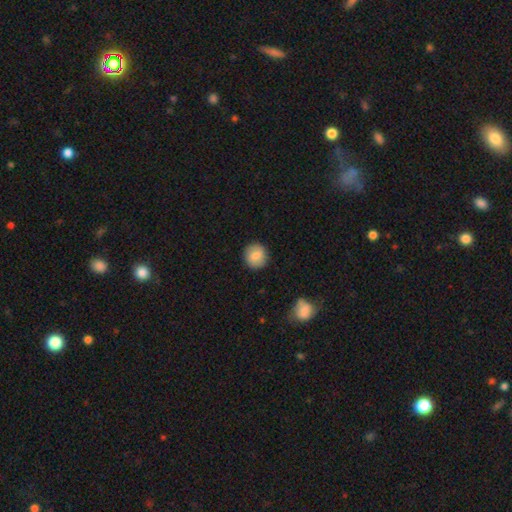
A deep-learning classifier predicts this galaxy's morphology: smooth_or_featured: smooth (p=0.81) [alt: featured or disk p=0.11]
how_rounded: round (p=0.88) [alt: in between p=0.11]
merging: none (p=0.90) [alt: minor disturbance p=0.07]